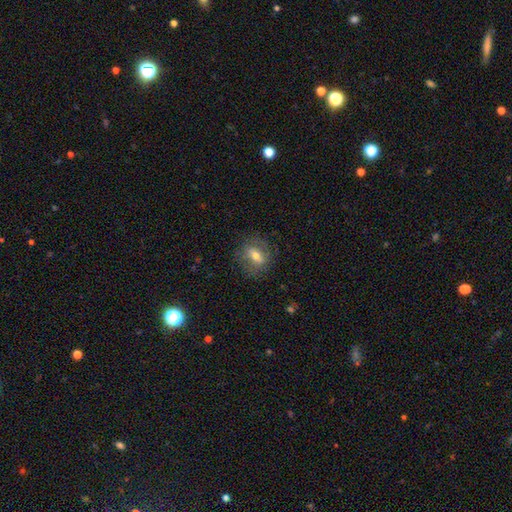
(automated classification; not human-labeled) Smooth or featured? Predicted: smooth (p=0.55). How rounded? Predicted: in between (p=0.49). Merging? Predicted: none (p=0.76).